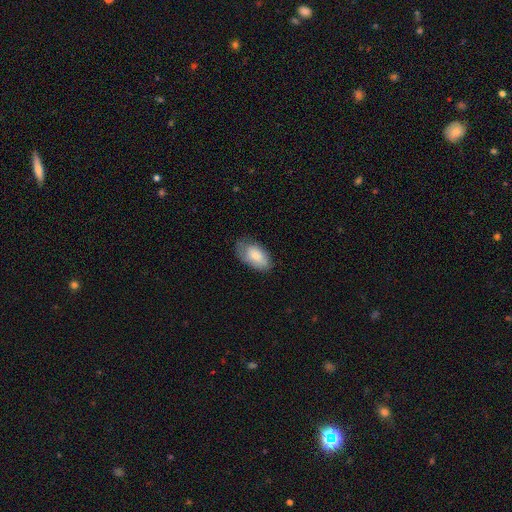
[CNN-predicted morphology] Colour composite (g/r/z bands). It shows a smooth galaxy with no disk features (75%) that is in between round and cigar-shaped (94%). Merging: none (61%).